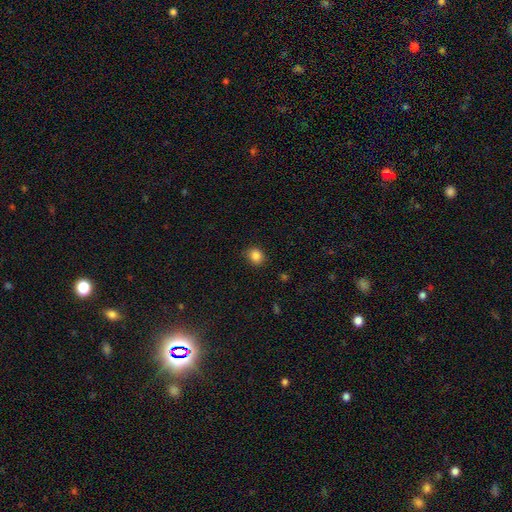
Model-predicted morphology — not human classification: The model was most divided on "how rounded": round: 73%, in between: 26%, cigar-shaped: 1%. More confident: smooth or featured — smooth (85%); merging — none (85%).